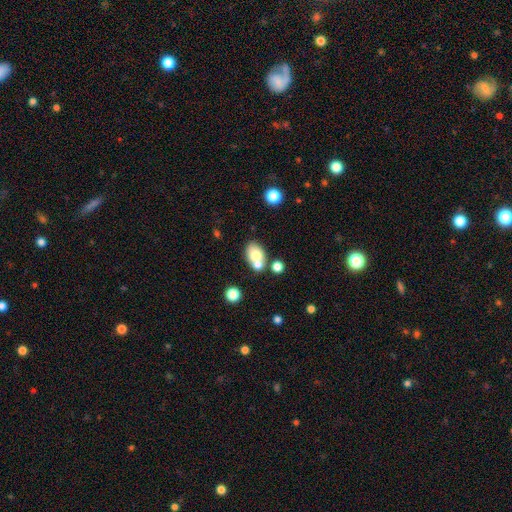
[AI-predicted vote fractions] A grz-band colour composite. It shows a smooth galaxy with no disk features (73%) that is in between round and cigar-shaped (79%). Merging: none (52%).